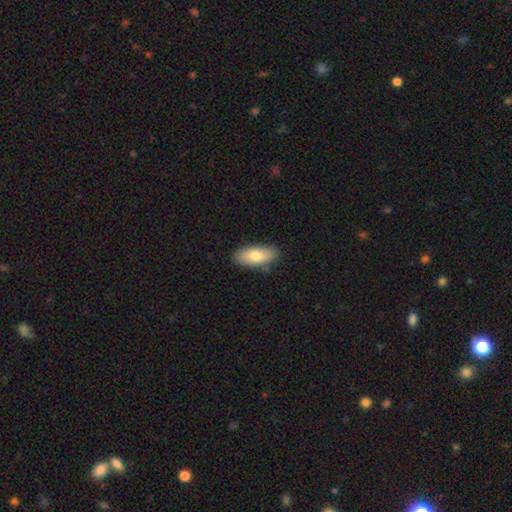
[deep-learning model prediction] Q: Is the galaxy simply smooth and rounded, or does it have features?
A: smooth — 75%.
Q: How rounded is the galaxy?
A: in between — 82%.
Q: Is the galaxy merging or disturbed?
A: none — 85%.